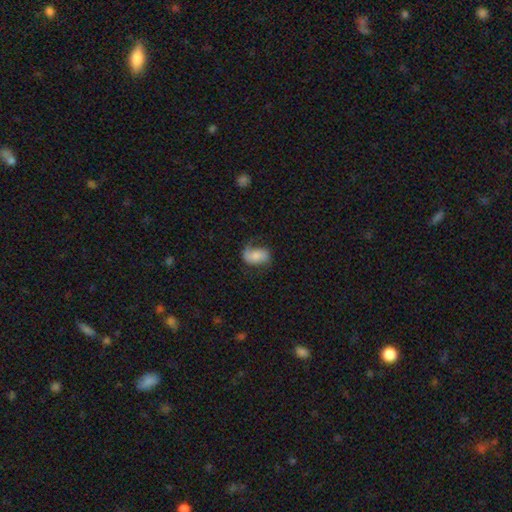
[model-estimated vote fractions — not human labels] A smooth galaxy with no disk features (51%) that is in between round and cigar-shaped (87%).

Vote fractions:
- Smooth or featured? smooth: 51% / featured or disk: 41% / star or artifact: 8%
- How rounded? in between: 87% / round: 11% / cigar-shaped: 2%
- Merging? none: 55% / minor disturbance: 26% / major disturbance: 17% / merger: 2%